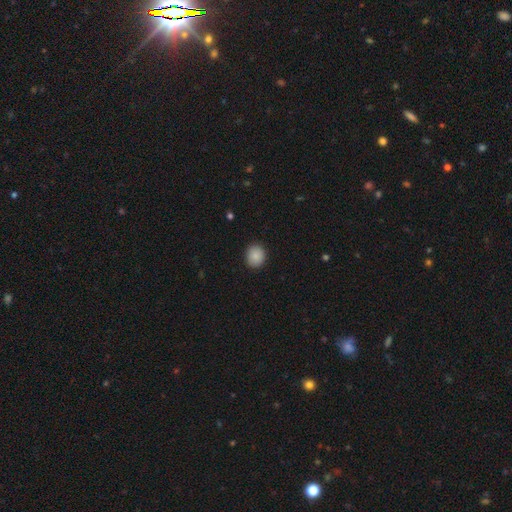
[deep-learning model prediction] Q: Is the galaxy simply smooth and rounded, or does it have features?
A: smooth — 88%.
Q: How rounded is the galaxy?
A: round — 77%.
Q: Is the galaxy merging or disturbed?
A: none — 90%.